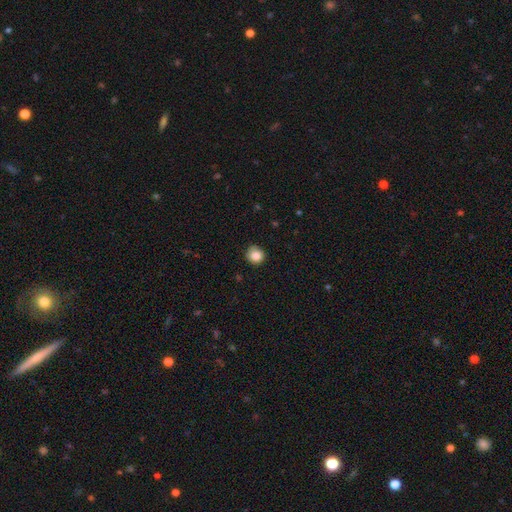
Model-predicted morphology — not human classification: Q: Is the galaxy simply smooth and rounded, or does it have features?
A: smooth — 85%.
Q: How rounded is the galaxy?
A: round — 92%.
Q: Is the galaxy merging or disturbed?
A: none — 80%.